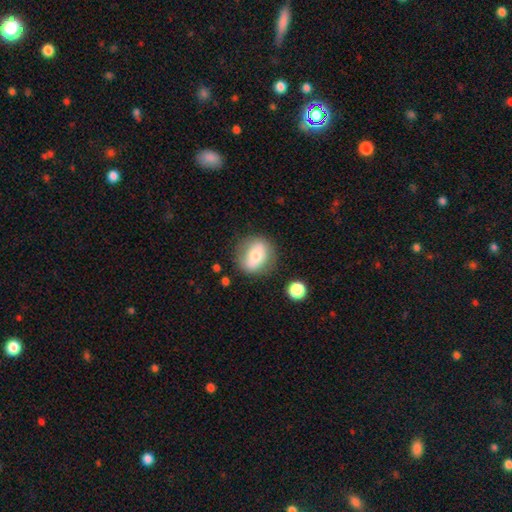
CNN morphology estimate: Q: Smooth or featured?
A: smooth (62%); runner-up: featured or disk (30%)
Q: How rounded?
A: round (61%); runner-up: in between (37%)
Q: Merging?
A: none (77%); runner-up: minor disturbance (15%)